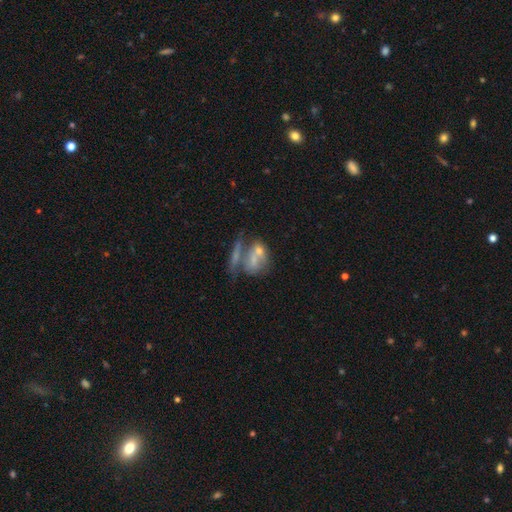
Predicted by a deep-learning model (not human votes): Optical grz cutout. It shows a smooth galaxy with no disk features (48%). Merging: merger (57%).